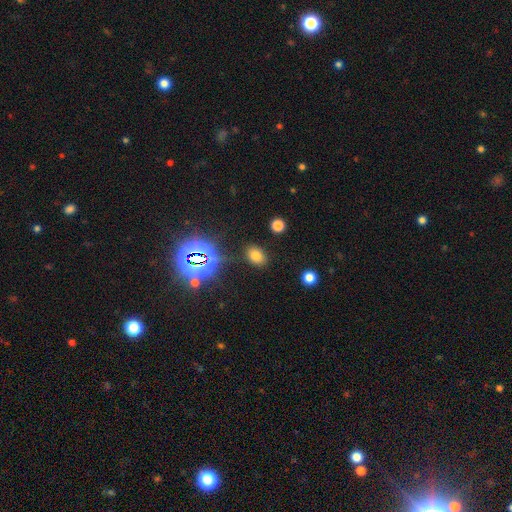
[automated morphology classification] A smooth galaxy with no disk features (70%) that is in between round and cigar-shaped (75%).

Vote fractions:
- Smooth or featured? smooth: 70% / star or artifact: 22% / featured or disk: 8%
- How rounded? in between: 75% / round: 24% / cigar-shaped: 1%
- Merging? none: 84% / minor disturbance: 9% / major disturbance: 4% / merger: 2%